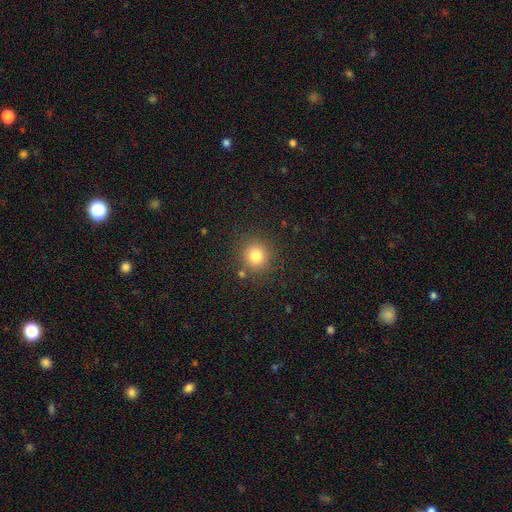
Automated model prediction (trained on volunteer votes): Q: Smooth or featured?
A: smooth (80%); runner-up: star or artifact (13%)
Q: How rounded?
A: round (91%); runner-up: in between (8%)
Q: Merging?
A: none (85%); runner-up: minor disturbance (8%)